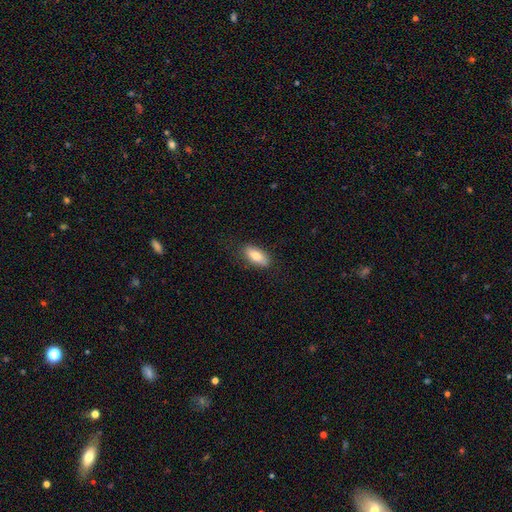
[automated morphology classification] A smooth galaxy with no disk features (77%) that is in between round and cigar-shaped (84%). Merging: none (83%).